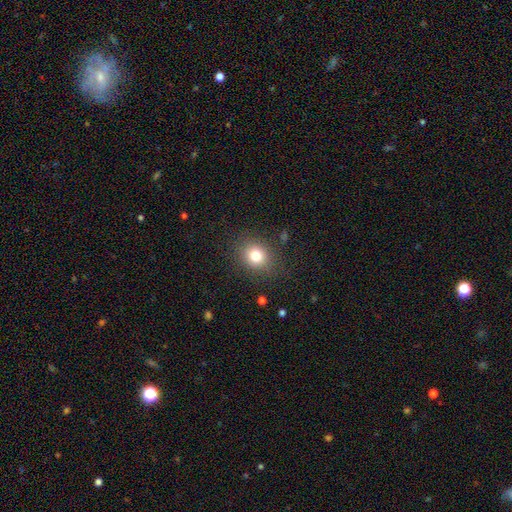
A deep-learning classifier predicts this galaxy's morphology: Smooth or featured? smooth (78%)
How rounded? round (70%)
Merging? none (85%)